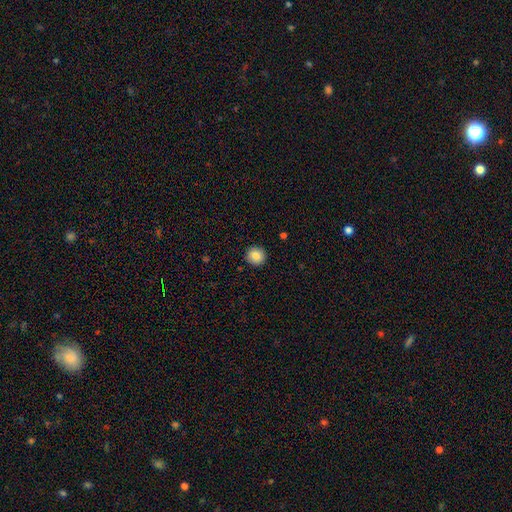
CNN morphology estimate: type=smooth (85%); roundness=round (95%); merging=none (92%).